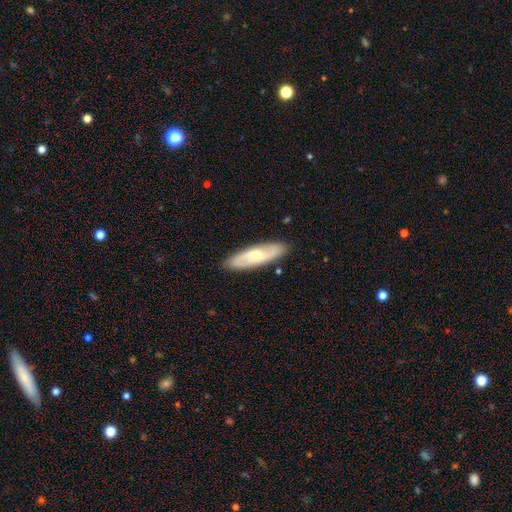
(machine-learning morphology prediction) Smooth or featured?
  - featured or disk: 58% *
  - smooth: 37%
  - star or artifact: 5%
Edge-on disk?
  - no: 77% *
  - yes: 23%
Merging?
  - none: 88% *
  - minor disturbance: 9%
  - major disturbance: 2%
  - merger: 1%